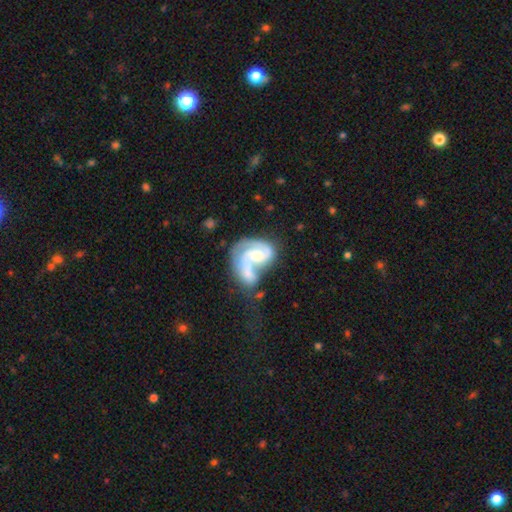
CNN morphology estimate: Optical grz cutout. It shows a featured or disk galaxy (78%) with no bar (58%), 2 (62%) medium (46%) spiral arms (89%) and a moderate central bulge (45%). Merging: merger (52%).